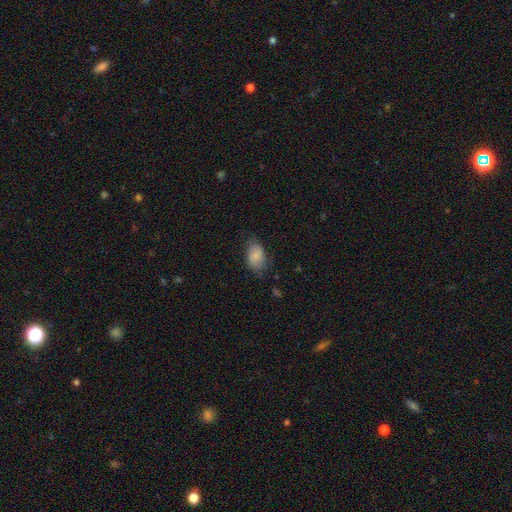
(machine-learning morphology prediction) Overall: smooth (83%). How rounded: in between (87%). Merging: none (66%).